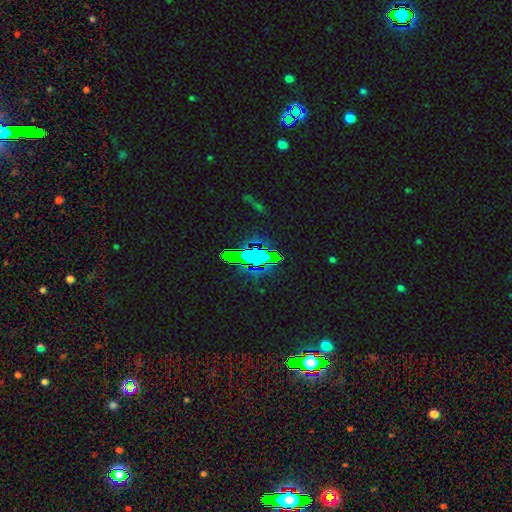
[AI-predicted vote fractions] Q: Smooth or featured?
A: star or artifact (72%); runner-up: smooth (16%)